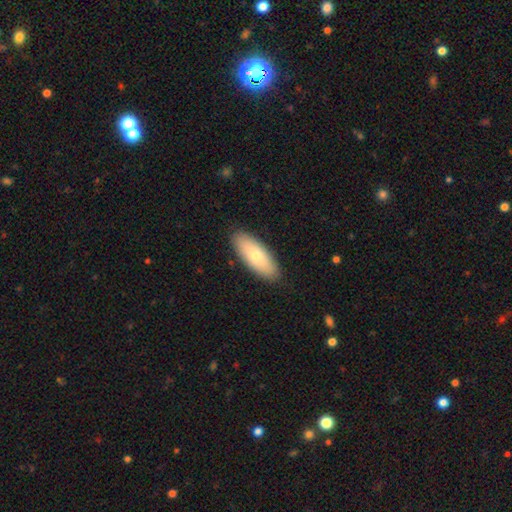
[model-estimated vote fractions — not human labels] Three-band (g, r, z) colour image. It shows a smooth galaxy with no disk features (74%) that is in between round and cigar-shaped (75%). Merging: none (89%).